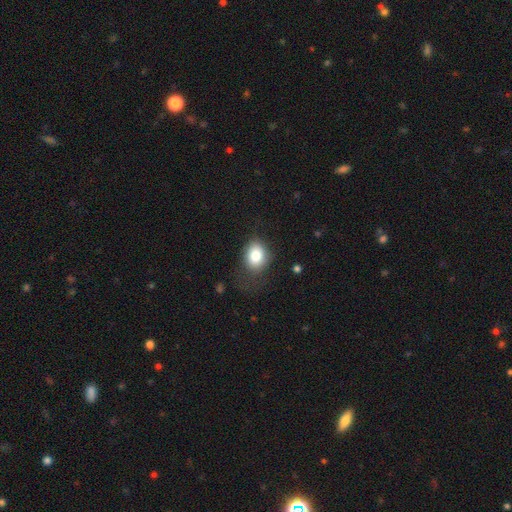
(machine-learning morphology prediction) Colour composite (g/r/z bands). It shows a smooth galaxy with no disk features (81%) that is in between round and cigar-shaped (57%). Merging: none (62%).